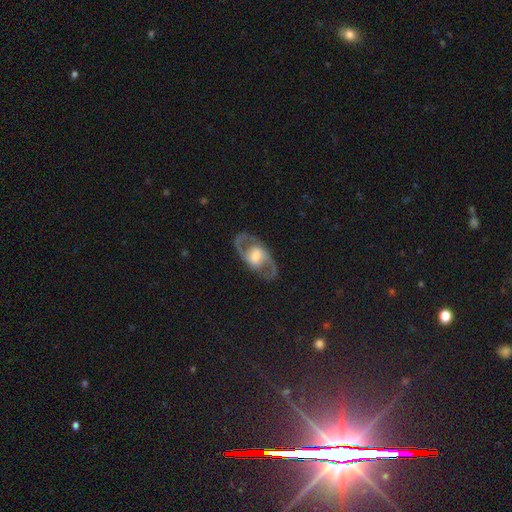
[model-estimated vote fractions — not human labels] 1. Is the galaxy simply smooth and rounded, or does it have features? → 83% featured or disk, 12% smooth, 5% star or artifact.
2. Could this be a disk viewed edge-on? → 93% no, 7% yes.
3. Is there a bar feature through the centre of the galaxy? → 41% weak, 40% no, 19% strong.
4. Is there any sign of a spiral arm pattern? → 87% yes, 13% no.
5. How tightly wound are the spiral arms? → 57% medium, 27% loose, 17% tight.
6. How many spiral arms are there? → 91% 2, 4% can't tell, 2% 1, 1% 3, 1% 4, 1% more than 4.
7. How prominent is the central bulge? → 48% moderate, 30% large, 17% small, 3% dominant, 3% none.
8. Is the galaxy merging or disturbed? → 83% none, 10% minor disturbance, 6% major disturbance, 1% merger.